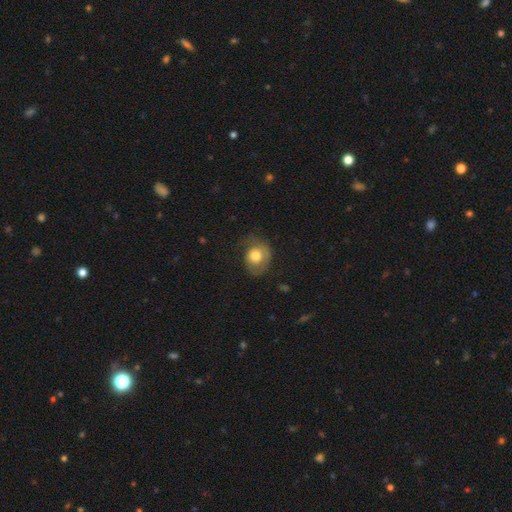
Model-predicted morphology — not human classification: Smooth or featured?
  - smooth: 66% *
  - featured or disk: 26%
  - star or artifact: 8%
How rounded?
  - round: 56% *
  - in between: 43%
  - cigar-shaped: 1%
Merging?
  - none: 48% *
  - minor disturbance: 29%
  - major disturbance: 22%
  - merger: 2%